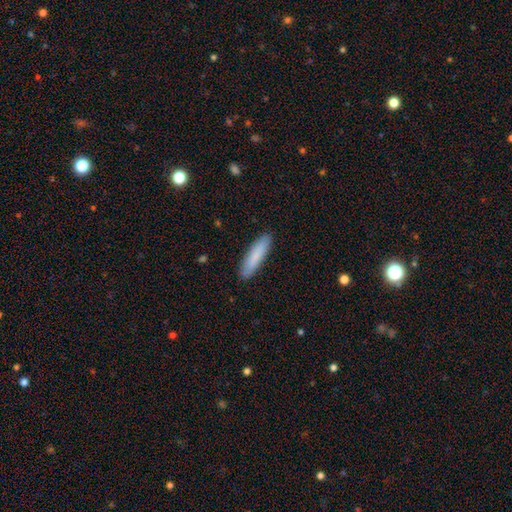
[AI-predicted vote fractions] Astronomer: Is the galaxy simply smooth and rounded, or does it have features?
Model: smooth — 82%.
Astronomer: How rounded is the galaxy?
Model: cigar-shaped — 78%.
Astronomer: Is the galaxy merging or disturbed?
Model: none — 89%.